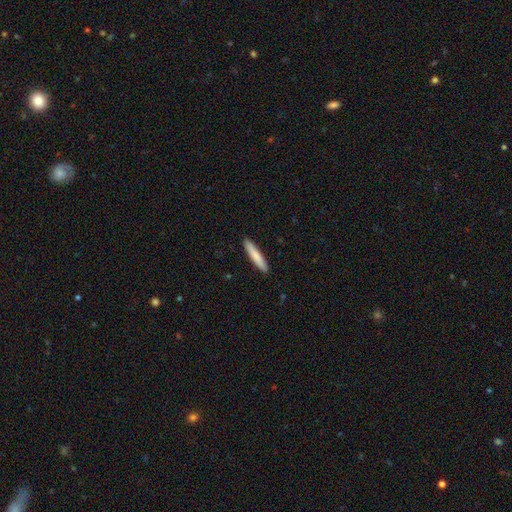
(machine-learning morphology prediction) A smooth galaxy with no disk features (81%) that is cigar-shaped (92%).

Vote fractions:
- Smooth or featured? smooth: 81% / featured or disk: 14% / star or artifact: 5%
- How rounded? cigar-shaped: 92% / in between: 7% / round: 1%
- Merging? none: 91% / minor disturbance: 6% / major disturbance: 1% / merger: 1%